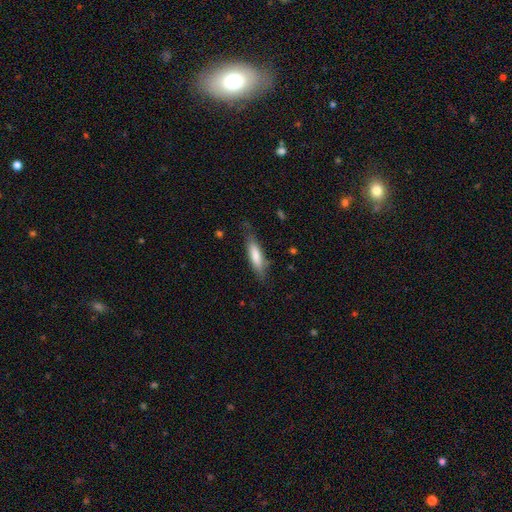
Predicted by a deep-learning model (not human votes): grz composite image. It shows a smooth galaxy with no disk features (77%) that is cigar-shaped (64%). Merging: none (73%).